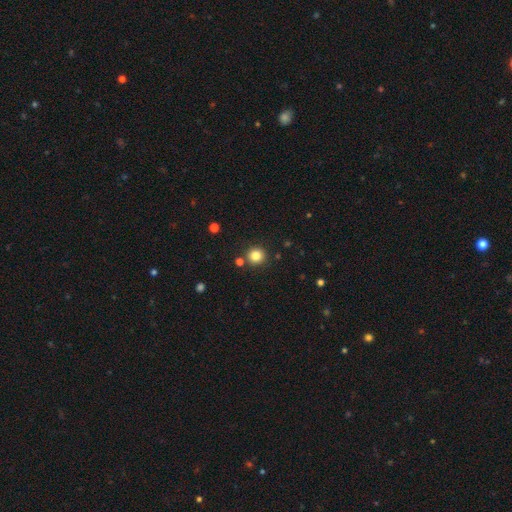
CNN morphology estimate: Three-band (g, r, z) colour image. It shows a smooth galaxy with no disk features (82%) that is round (92%). Merging: none (86%).